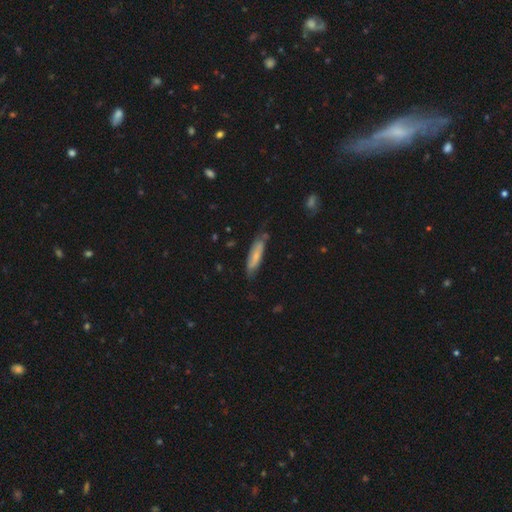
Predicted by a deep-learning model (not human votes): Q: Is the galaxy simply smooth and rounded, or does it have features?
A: smooth — 64%.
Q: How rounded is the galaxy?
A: cigar-shaped — 70%.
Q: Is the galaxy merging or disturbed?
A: none — 67%.